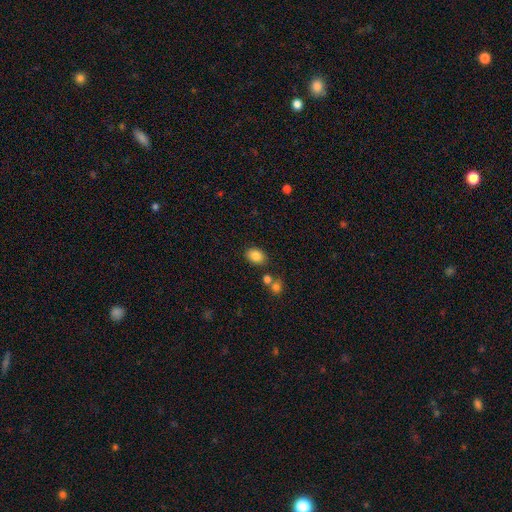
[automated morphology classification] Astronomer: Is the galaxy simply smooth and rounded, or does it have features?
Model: smooth — 86%.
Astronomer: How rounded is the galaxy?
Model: in between — 74%.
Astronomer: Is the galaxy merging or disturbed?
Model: none — 79%.